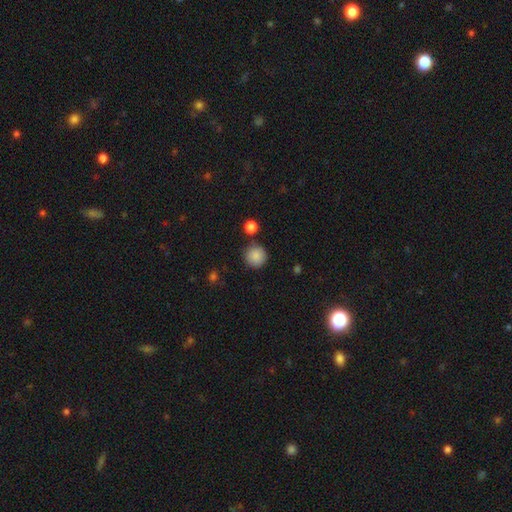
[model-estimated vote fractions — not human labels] Smooth or featured?
  - smooth: 87% *
  - star or artifact: 9%
  - featured or disk: 4%
How rounded?
  - round: 95% *
  - in between: 4%
  - cigar-shaped: 1%
Merging?
  - none: 85% *
  - minor disturbance: 8%
  - merger: 4%
  - major disturbance: 2%